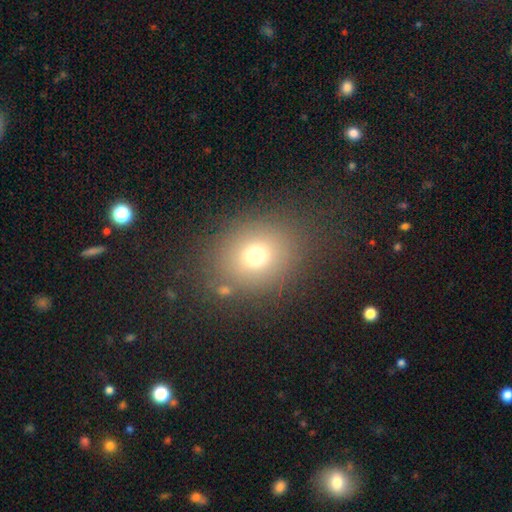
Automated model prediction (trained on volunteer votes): smooth 71%, star or artifact 16%, featured or disk 12%. Down the decision tree: how rounded — round (62%); merging — none (80%).